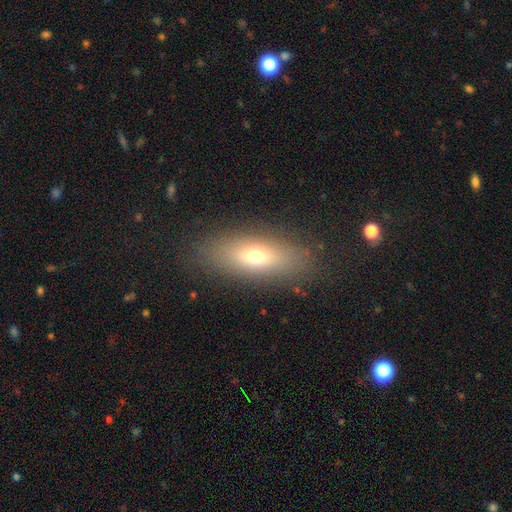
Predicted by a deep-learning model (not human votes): The model was most divided on "how rounded": in between: 66%, cigar-shaped: 29%, round: 5%. More confident: merging — none (85%); smooth or featured — smooth (64%).